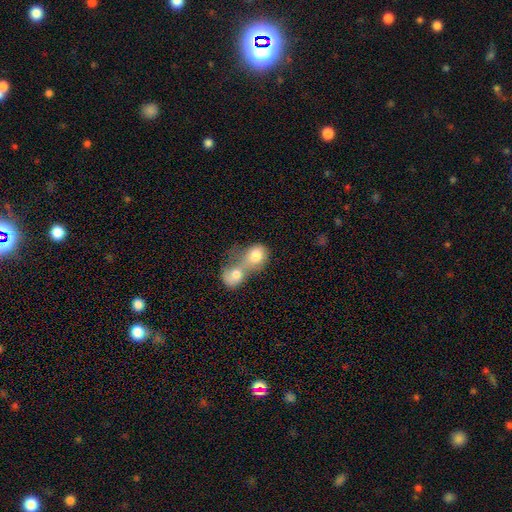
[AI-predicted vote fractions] A smooth galaxy with no disk features (76%) that is round (49%, tied with in between). Merging: merger (80%).